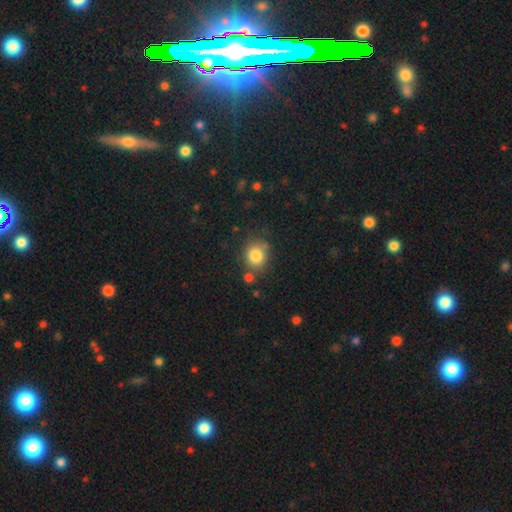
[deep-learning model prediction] Smooth or featured?
  - smooth: 82% *
  - star or artifact: 11%
  - featured or disk: 7%
How rounded?
  - round: 78% *
  - in between: 21%
  - cigar-shaped: 1%
Merging?
  - none: 73% *
  - minor disturbance: 13%
  - merger: 9%
  - major disturbance: 4%